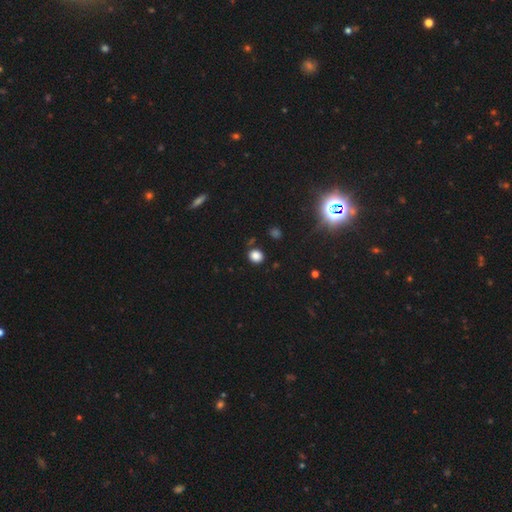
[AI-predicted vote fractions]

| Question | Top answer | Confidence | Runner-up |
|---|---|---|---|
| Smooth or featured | smooth | 83% | star or artifact (13%) |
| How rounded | round | 74% | in between (25%) |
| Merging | none | 84% | minor disturbance (9%) |